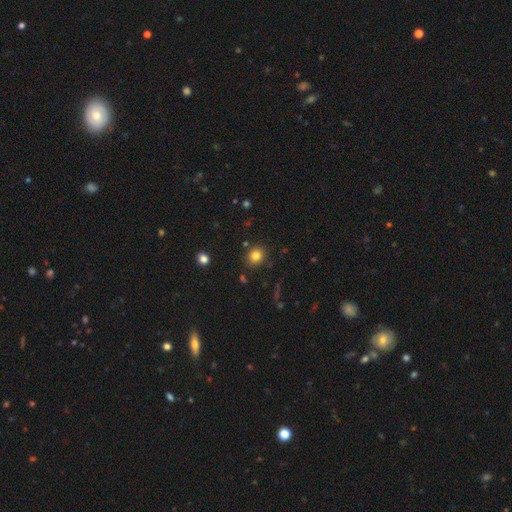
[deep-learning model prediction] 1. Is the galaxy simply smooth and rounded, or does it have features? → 81% smooth, 12% star or artifact, 6% featured or disk.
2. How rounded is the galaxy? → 73% round, 27% in between, 1% cigar-shaped.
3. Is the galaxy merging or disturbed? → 85% none, 10% minor disturbance, 3% merger, 3% major disturbance.